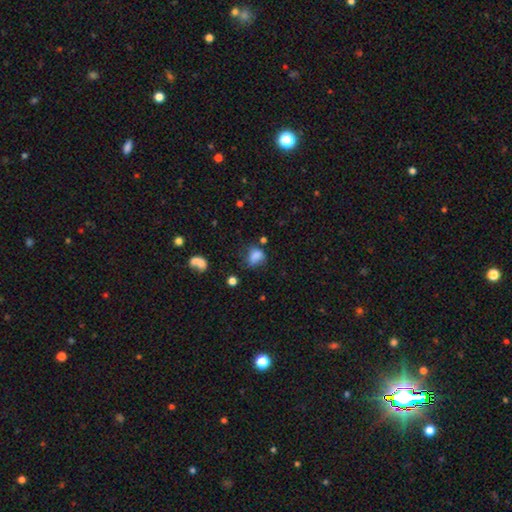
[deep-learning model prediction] Q: Smooth or featured?
A: smooth (76%); runner-up: star or artifact (12%)
Q: How rounded?
A: in between (61%); runner-up: round (37%)
Q: Merging?
A: none (38%); runner-up: minor disturbance (32%)